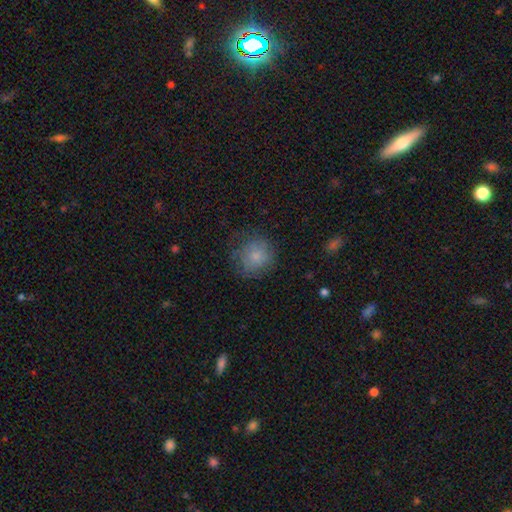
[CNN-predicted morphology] Overall: smooth (78%). How rounded: round (87%). Merging: none (68%).